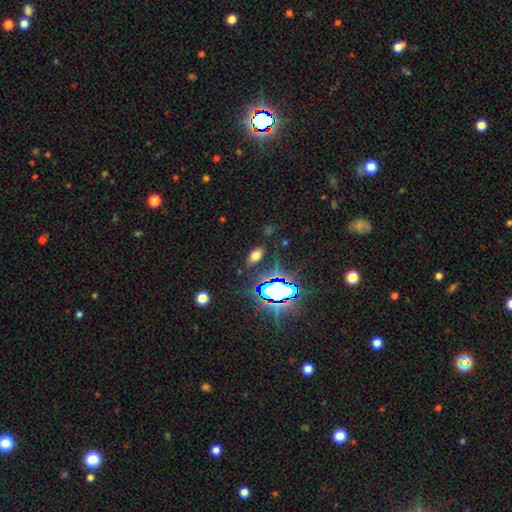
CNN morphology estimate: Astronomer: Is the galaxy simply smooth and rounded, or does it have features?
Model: smooth — 61%.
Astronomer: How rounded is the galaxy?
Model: in between — 88%.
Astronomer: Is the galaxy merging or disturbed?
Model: none — 83%.